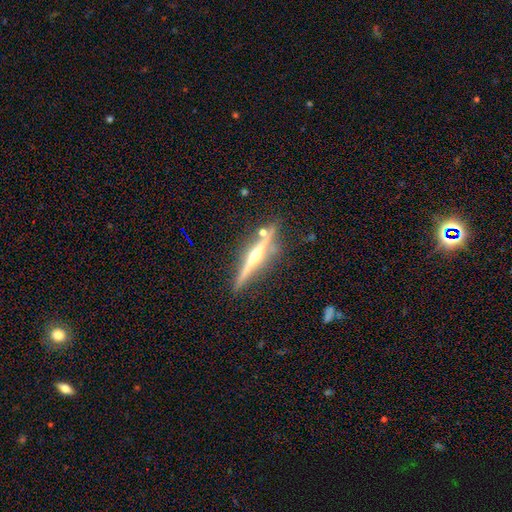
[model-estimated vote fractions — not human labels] featured or disk 81%, smooth 12%, star or artifact 6%. Down the decision tree: edge-on disk — yes (98%); edge-on bulge — rounded (90%); merging — none (82%).